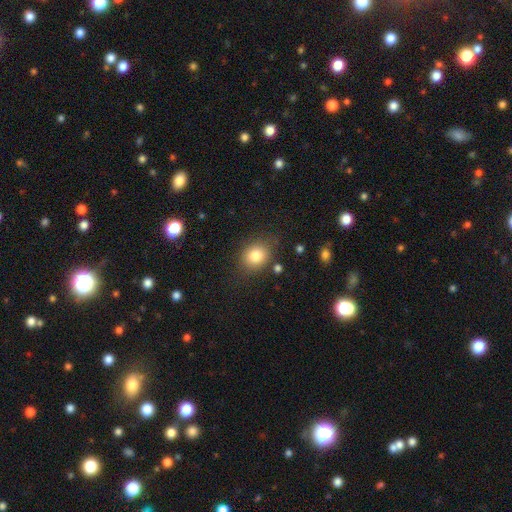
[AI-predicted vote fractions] Smooth or featured? Predicted: smooth (p=0.81). How rounded? Predicted: round (p=0.61). Merging? Predicted: none (p=0.80).